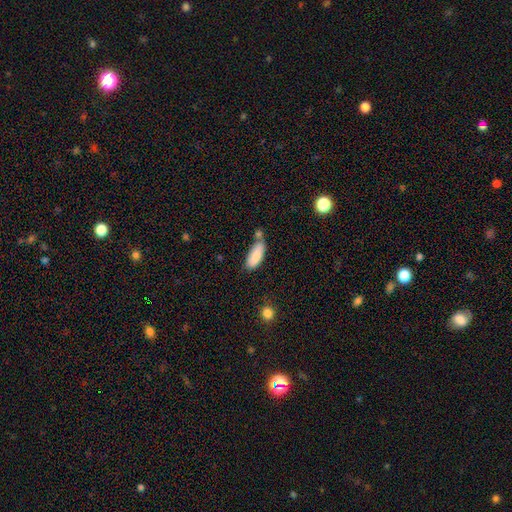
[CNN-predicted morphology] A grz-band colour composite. It shows a smooth galaxy with no disk features (85%) that is in between round and cigar-shaped (74%). Merging: none (53%).